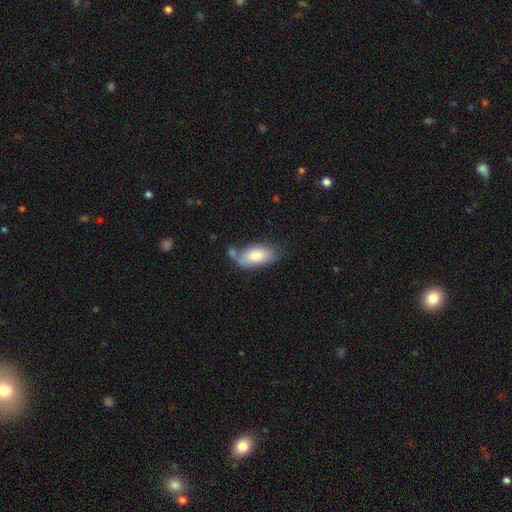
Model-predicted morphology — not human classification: A smooth galaxy with no disk features (80%) that is in between round and cigar-shaped (92%). Merging: none (47%).